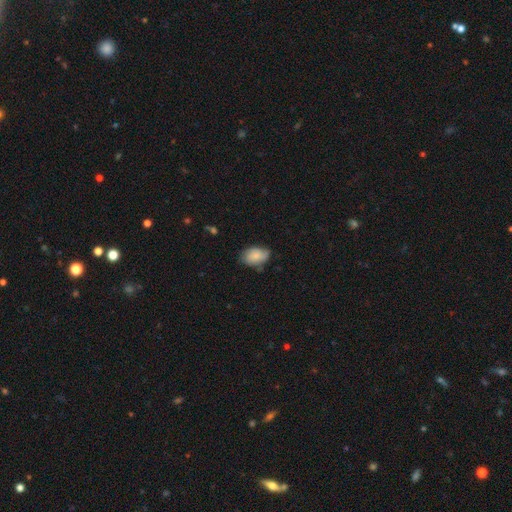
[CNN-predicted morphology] smooth_or_featured: smooth (p=0.79) [alt: featured or disk p=0.14]
how_rounded: in between (p=0.87) [alt: round p=0.12]
merging: none (p=0.62) [alt: minor disturbance p=0.30]